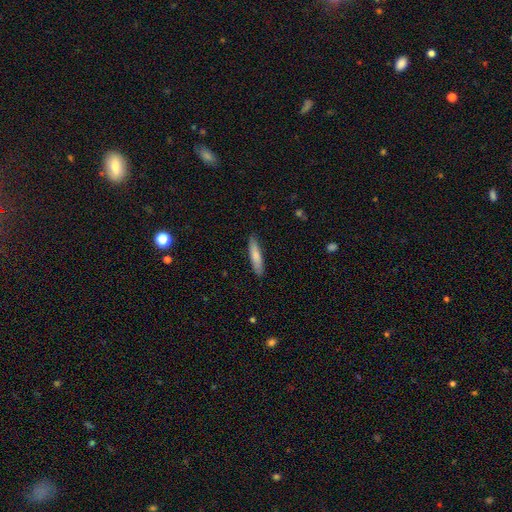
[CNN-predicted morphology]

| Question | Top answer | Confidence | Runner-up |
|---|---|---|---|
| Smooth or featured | smooth | 78% | featured or disk (17%) |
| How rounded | cigar-shaped | 85% | in between (14%) |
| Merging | none | 87% | minor disturbance (10%) |